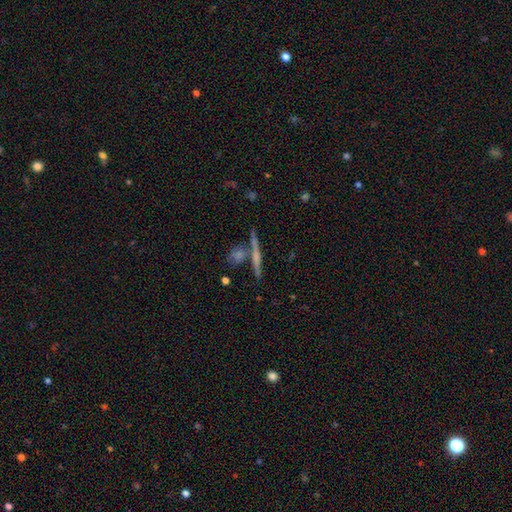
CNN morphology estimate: Overall: featured or disk (63%; smooth 27%). Edge-on disk: yes (95%). Edge-on bulge: rounded (48%; none 41%). Merging: none (75%).